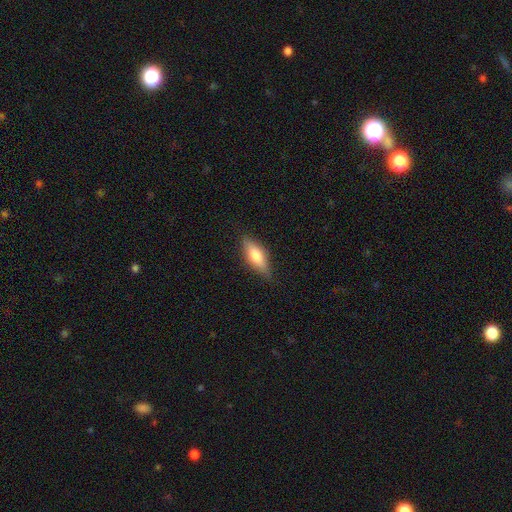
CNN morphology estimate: A smooth galaxy with no disk features (65%) that is in between round and cigar-shaped (62%).

Vote fractions:
- Smooth or featured? smooth: 65% / featured or disk: 28% / star or artifact: 7%
- How rounded? in between: 62% / cigar-shaped: 35% / round: 3%
- Merging? none: 80% / minor disturbance: 16% / major disturbance: 3% / merger: 1%